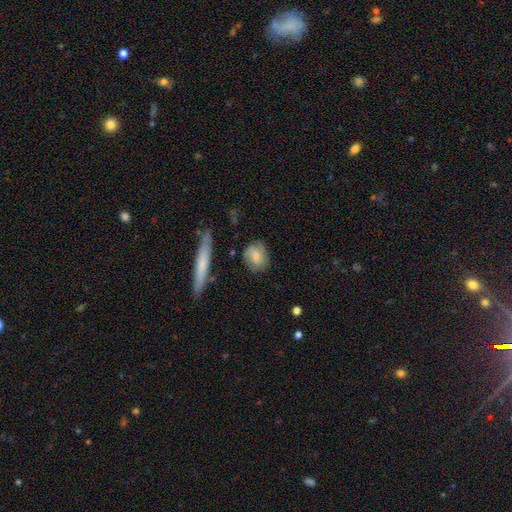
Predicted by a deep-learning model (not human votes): Morphology: type=smooth (51%); roundness=round (52%); merging=none (74%).